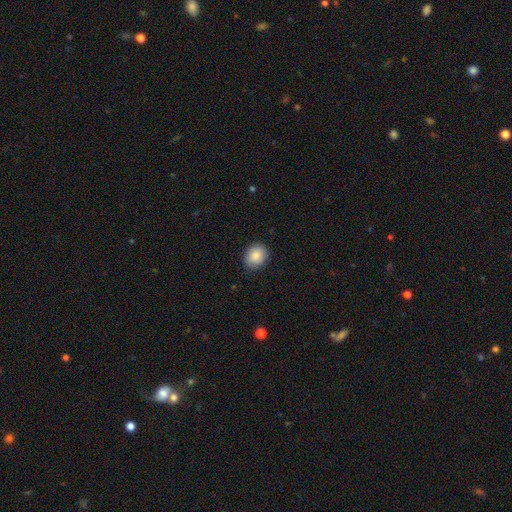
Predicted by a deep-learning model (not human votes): Smooth or featured? Predicted: smooth (p=0.86). How rounded? Predicted: round (p=0.57). Merging? Predicted: none (p=0.86).